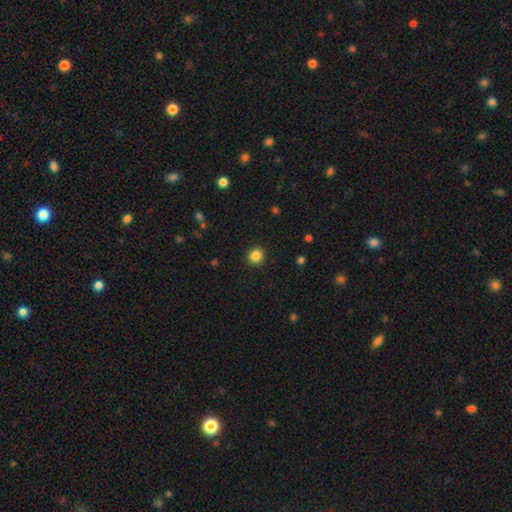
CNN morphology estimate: Smooth or featured: smooth — 84% (star or artifact — 12%)
How rounded: round — 94% (in between — 5%)
Merging: none — 92% (minor disturbance — 5%)